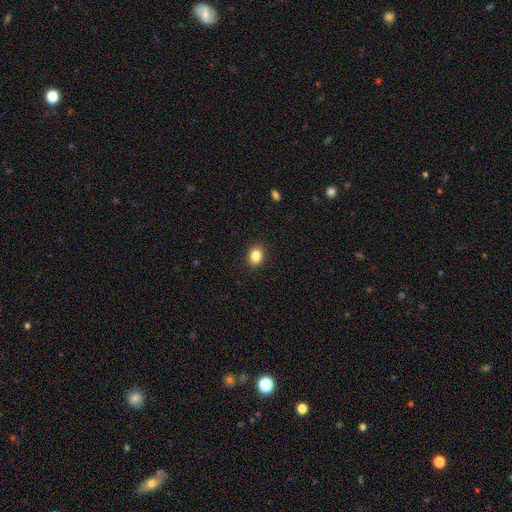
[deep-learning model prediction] smooth 85%, star or artifact 10%, featured or disk 5%. Down the decision tree: how rounded — in between (53%); merging — none (90%).